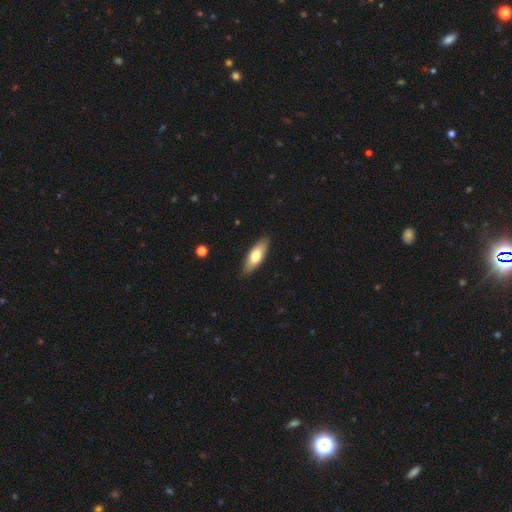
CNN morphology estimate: Q: Smooth or featured?
A: smooth (71%); runner-up: featured or disk (24%)
Q: How rounded?
A: in between (64%); runner-up: cigar-shaped (34%)
Q: Merging?
A: none (88%); runner-up: minor disturbance (10%)